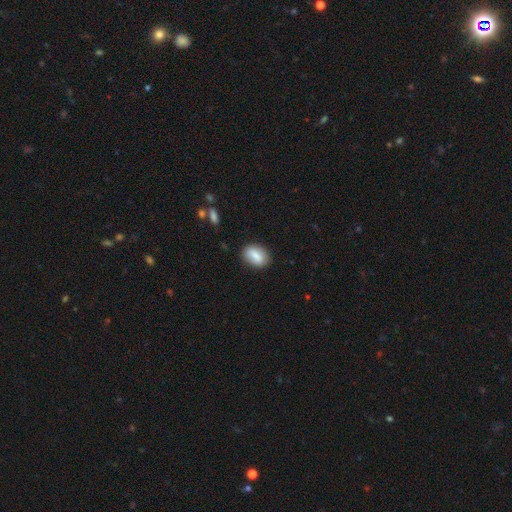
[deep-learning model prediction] Smooth or featured: smooth — 81% (featured or disk — 12%)
How rounded: in between — 79% (round — 19%)
Merging: none — 80% (minor disturbance — 15%)